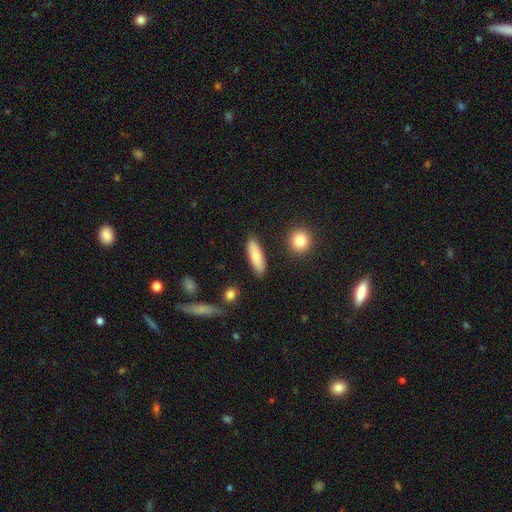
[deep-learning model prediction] This is likely a smooth galaxy (79%). How rounded: possibly in between (49%). Merging: clearly none (86%).